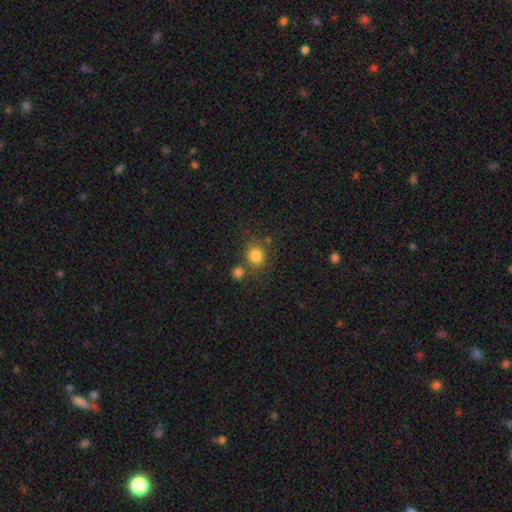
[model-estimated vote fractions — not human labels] Q: Smooth or featured?
A: smooth (82%); runner-up: star or artifact (12%)
Q: How rounded?
A: round (74%); runner-up: in between (25%)
Q: Merging?
A: none (67%); runner-up: merger (16%)